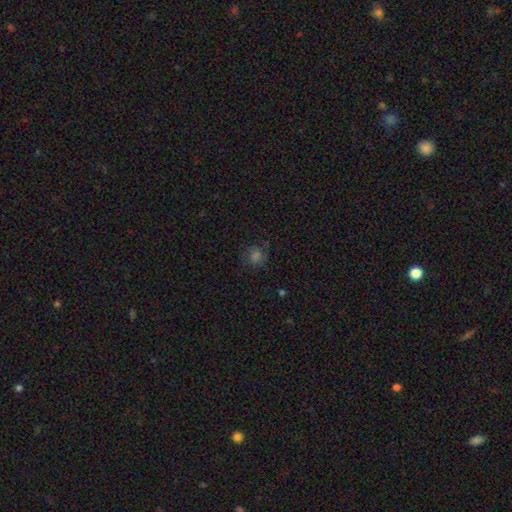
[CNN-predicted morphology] type=smooth (46%); merging=none (73%).